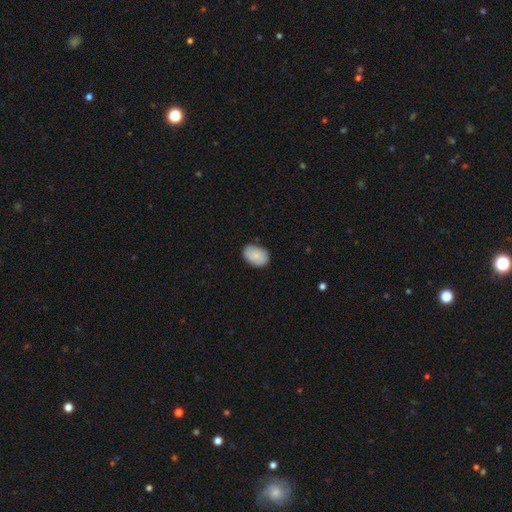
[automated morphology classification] smooth_or_featured: smooth (p=0.80) [alt: featured or disk p=0.13]
how_rounded: in between (p=0.81) [alt: round p=0.18]
merging: none (p=0.77) [alt: minor disturbance p=0.18]